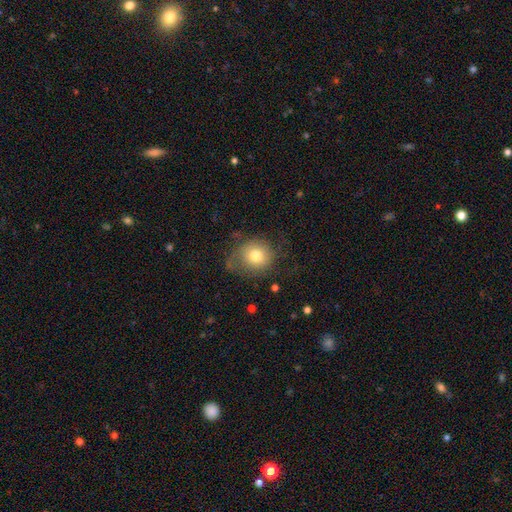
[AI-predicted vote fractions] This appears to be a smooth galaxy with no disk features (74%) that is round (80%). Merging: none (54%).